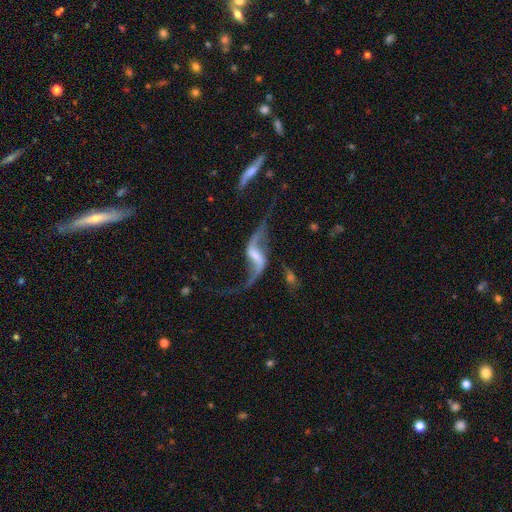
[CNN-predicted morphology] Q: Smooth or featured?
A: featured or disk (89%); runner-up: star or artifact (6%)
Q: Edge-on disk?
A: no (95%); runner-up: yes (5%)
Q: Bar?
A: strong (44%); runner-up: weak (41%)
Q: Spiral arms?
A: yes (96%); runner-up: no (4%)
Q: Spiral winding?
A: loose (94%); runner-up: medium (5%)
Q: Spiral arm count?
A: 2 (94%); runner-up: 1 (2%)
Q: Bulge size?
A: none (35%); runner-up: small (29%)
Q: Merging?
A: none (63%); runner-up: major disturbance (17%)